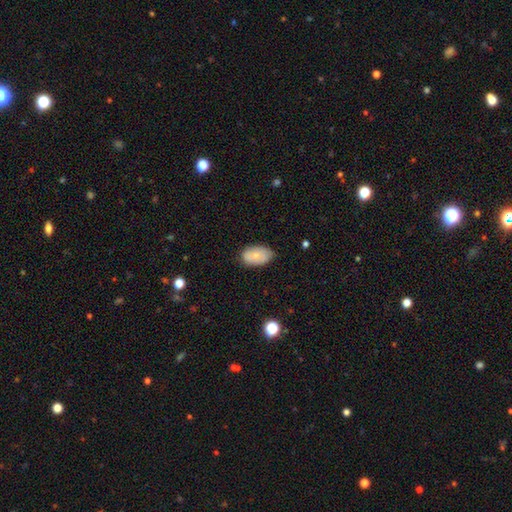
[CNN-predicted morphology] A smooth galaxy with no disk features (73%) that is in between round and cigar-shaped (92%).

Vote fractions:
- Smooth or featured? smooth: 73% / featured or disk: 20% / star or artifact: 7%
- How rounded? in between: 92% / round: 7% / cigar-shaped: 1%
- Merging? none: 76% / minor disturbance: 19% / major disturbance: 3% / merger: 2%